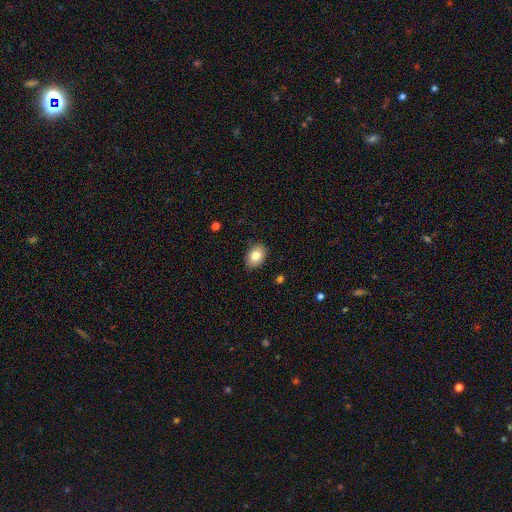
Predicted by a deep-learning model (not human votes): Smooth or featured? smooth (81%)
How rounded? in between (76%)
Merging? none (87%)